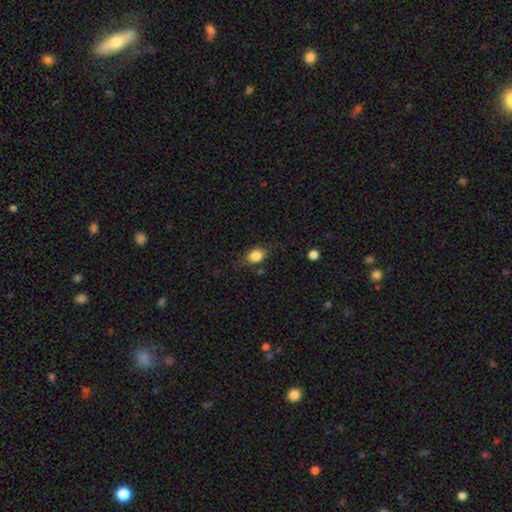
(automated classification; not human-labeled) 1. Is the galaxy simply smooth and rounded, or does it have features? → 84% smooth, 9% star or artifact, 6% featured or disk.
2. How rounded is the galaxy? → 66% in between, 33% round, 2% cigar-shaped.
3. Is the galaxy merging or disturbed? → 75% none, 18% minor disturbance, 5% major disturbance, 2% merger.